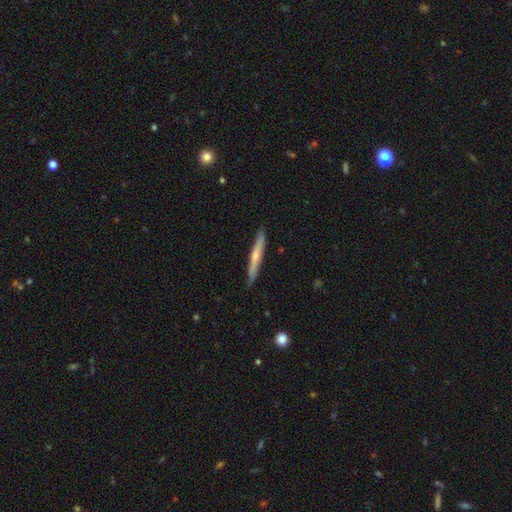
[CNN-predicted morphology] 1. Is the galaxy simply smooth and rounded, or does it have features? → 48% smooth, 47% featured or disk, 6% star or artifact.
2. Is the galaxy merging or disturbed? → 86% none, 11% minor disturbance, 2% major disturbance, 1% merger.